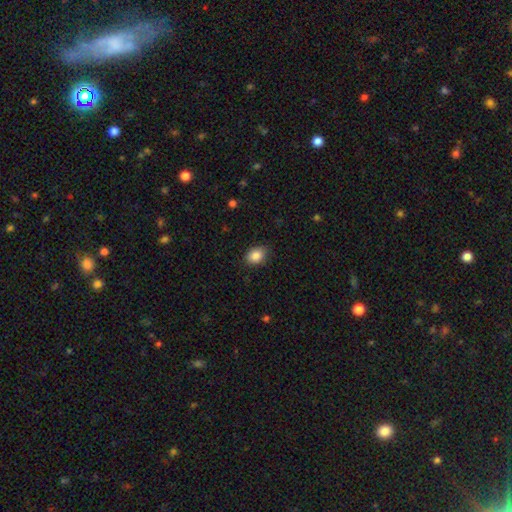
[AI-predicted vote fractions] A smooth galaxy with no disk features (87%) that is in between round and cigar-shaped (69%). Merging: none (84%).